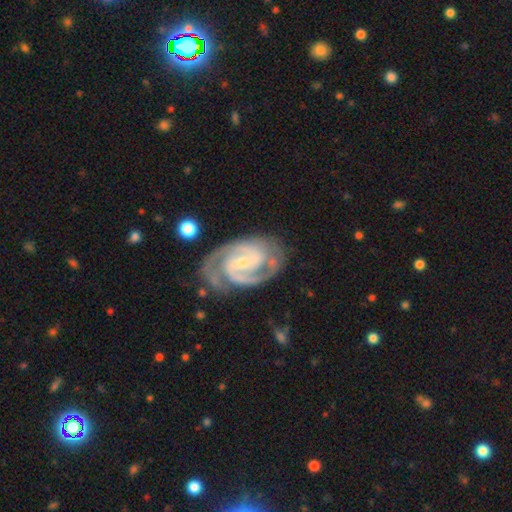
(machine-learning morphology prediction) Smooth or featured? Predicted: featured or disk (p=0.92). Edge-on disk? Predicted: no (p=0.98). Bar? Predicted: weak (p=0.43). Spiral arms? Predicted: yes (p=0.98). Spiral winding? Predicted: tight (p=0.51). Spiral arm count? Predicted: 2 (p=0.83). Bulge size? Predicted: small (p=0.65). Merging? Predicted: none (p=0.71).